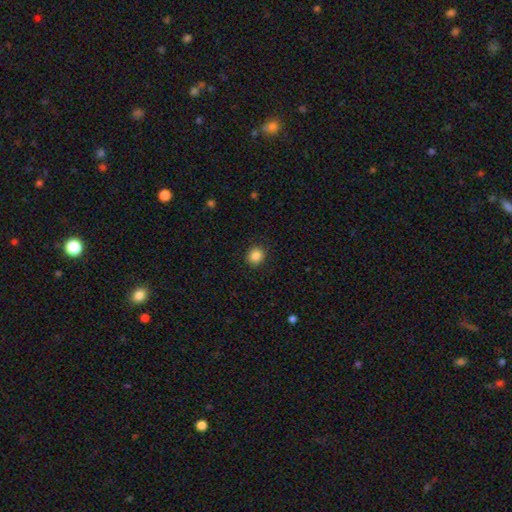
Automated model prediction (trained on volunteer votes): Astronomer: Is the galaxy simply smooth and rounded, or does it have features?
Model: smooth — 86%.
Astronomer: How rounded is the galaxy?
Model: round — 83%.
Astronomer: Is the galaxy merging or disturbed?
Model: none — 91%.